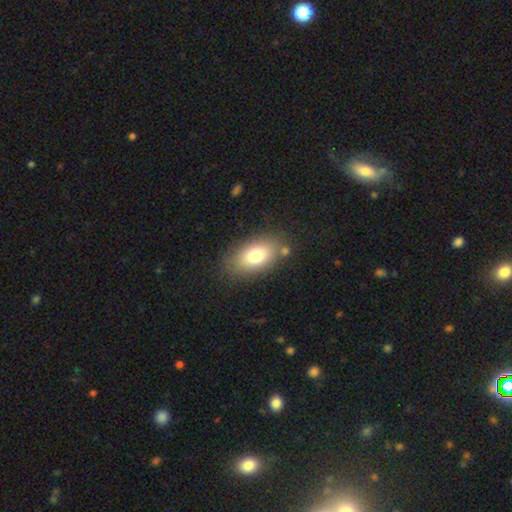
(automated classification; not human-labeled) smooth_or_featured: smooth (p=0.76) [alt: featured or disk p=0.15]
how_rounded: in between (p=0.89) [alt: round p=0.09]
merging: none (p=0.79) [alt: minor disturbance p=0.12]